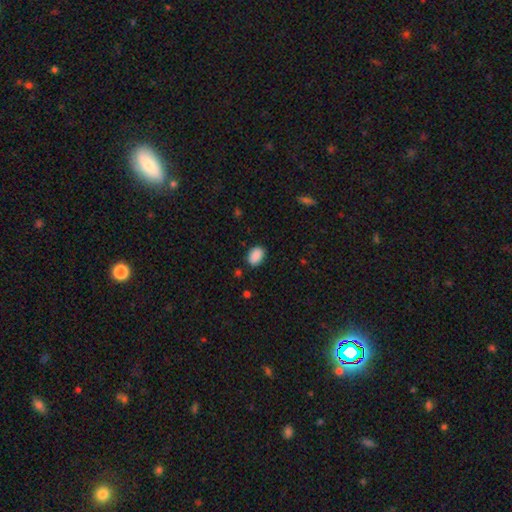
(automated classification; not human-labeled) smooth-or-featured: smooth: 89% | star or artifact: 8% | featured or disk: 3%
  how-rounded: in between: 82% | round: 17% | cigar-shaped: 1%
  merging: none: 85% | minor disturbance: 11% | major disturbance: 2% | merger: 1%